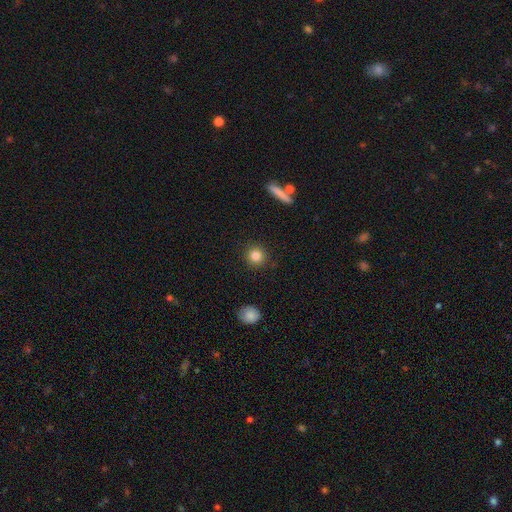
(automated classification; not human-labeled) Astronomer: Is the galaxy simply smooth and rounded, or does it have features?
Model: smooth — 84%.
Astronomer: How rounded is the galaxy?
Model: round — 94%.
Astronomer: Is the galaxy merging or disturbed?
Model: none — 91%.